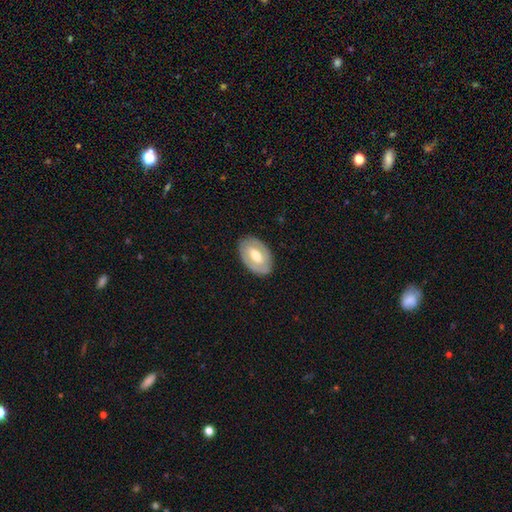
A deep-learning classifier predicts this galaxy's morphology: smooth_or_featured: featured or disk (p=0.59) [alt: smooth p=0.36]
disk_edge_on: no (p=0.92) [alt: yes p=0.08]
bar: weak (p=0.42) [alt: no p=0.33]
has_spiral_arms: no (p=0.59) [alt: yes p=0.41]
bulge_size: moderate (p=0.71) [alt: small p=0.14]
merging: none (p=0.85) [alt: minor disturbance p=0.11]